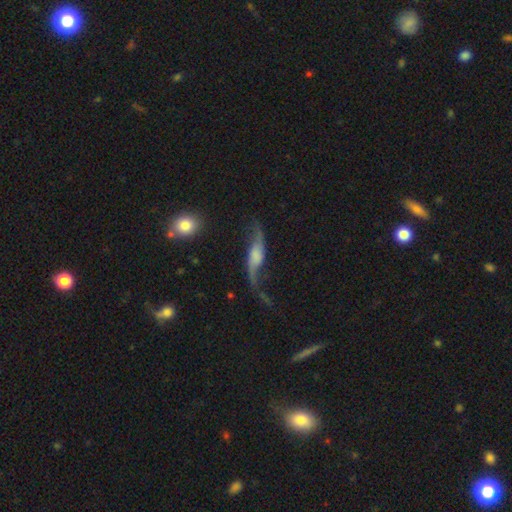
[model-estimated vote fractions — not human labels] Smooth or featured? featured or disk (75%)
Edge-on disk? no (79%)
Bar? no (53%)
Spiral arms? yes (91%)
Spiral winding? loose (93%)
Spiral arm count? 2 (92%)
Bulge size? none (41%)
Merging? none (56%)